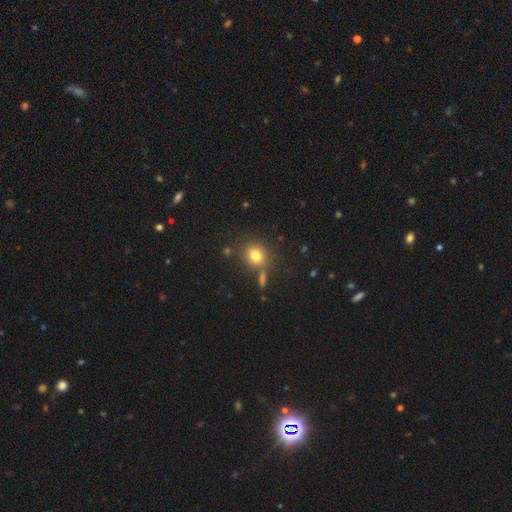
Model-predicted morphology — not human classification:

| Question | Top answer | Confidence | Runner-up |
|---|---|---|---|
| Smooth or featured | smooth | 77% | star or artifact (14%) |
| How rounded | round | 78% | in between (21%) |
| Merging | none | 75% | minor disturbance (11%) |